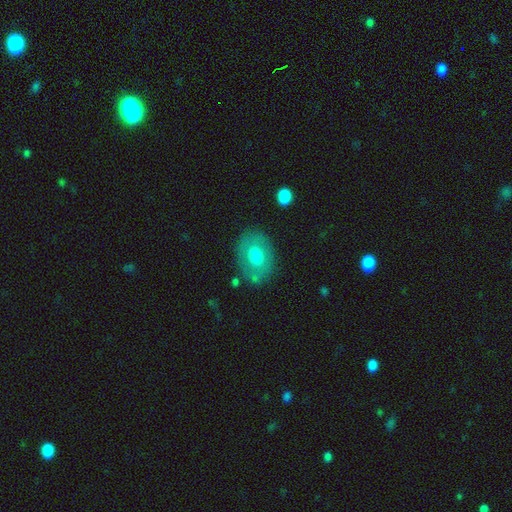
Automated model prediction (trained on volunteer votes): A smooth galaxy with no disk features (62%) that is in between round and cigar-shaped (69%). Merging: none (77%).